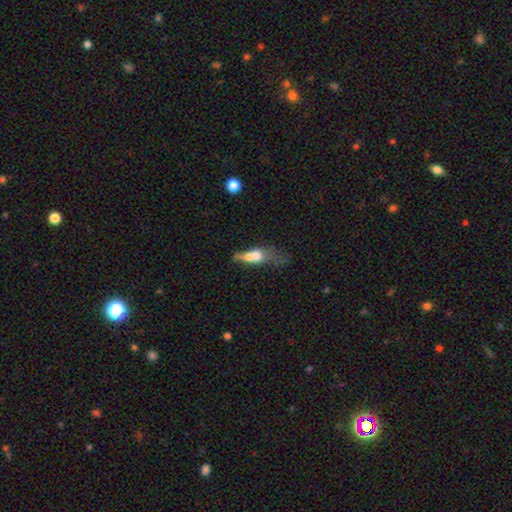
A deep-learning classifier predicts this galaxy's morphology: smooth-or-featured: smooth: 55% | featured or disk: 35% | star or artifact: 10%
  how-rounded: in between: 51% | cigar-shaped: 35% | round: 15%
  merging: merger: 46% | major disturbance: 24% | none: 16% | minor disturbance: 13%